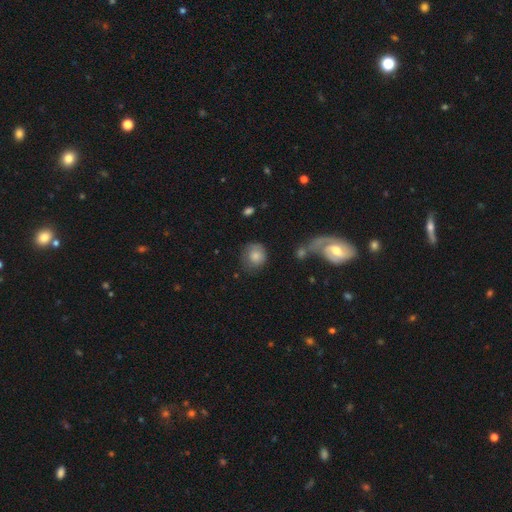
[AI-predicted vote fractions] A smooth galaxy with no disk features (77%) that is round (81%). Merging: none (62%).